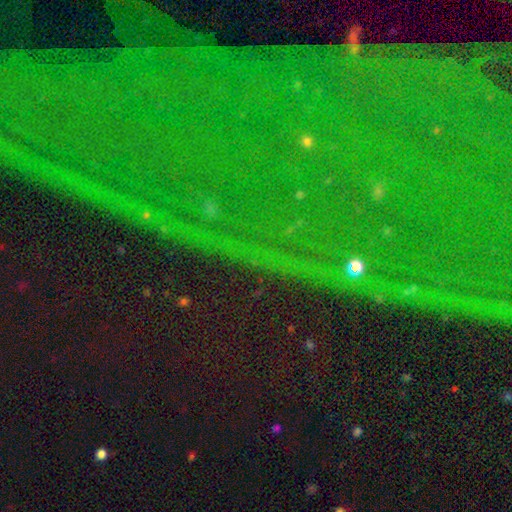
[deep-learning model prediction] smooth-or-featured: star or artifact: 86% | featured or disk: 7% | smooth: 7%